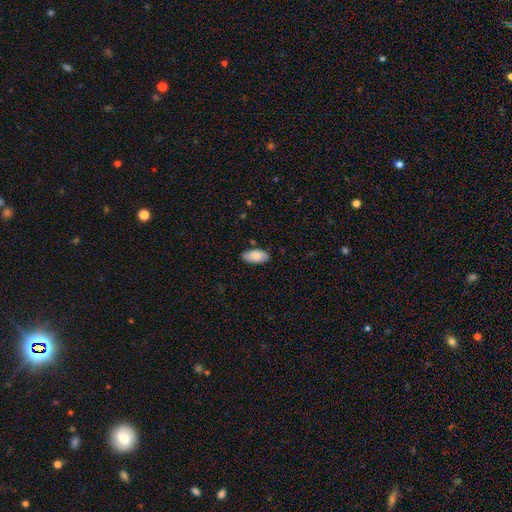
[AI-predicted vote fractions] Smooth or featured? Predicted: smooth (p=0.84). How rounded? Predicted: in between (p=0.94). Merging? Predicted: none (p=0.85).